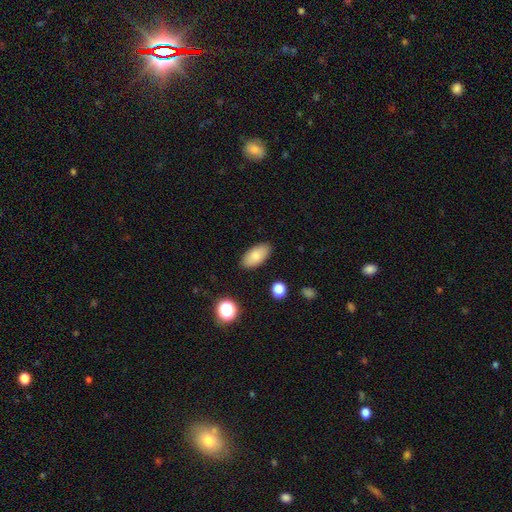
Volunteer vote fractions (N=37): Overall: smooth (81%). How rounded: in between (93%). Merging: none (76%).